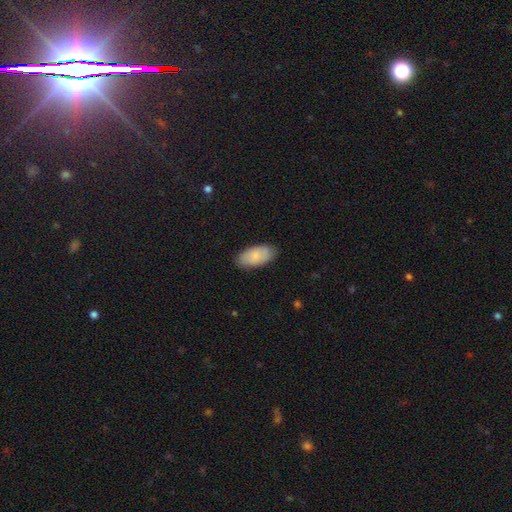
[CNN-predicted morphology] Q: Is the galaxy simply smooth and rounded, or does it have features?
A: smooth — 84%.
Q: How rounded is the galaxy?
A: in between — 92%.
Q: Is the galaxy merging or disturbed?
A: none — 85%.